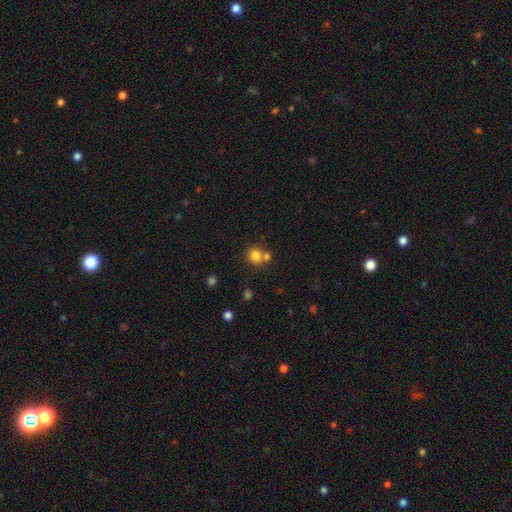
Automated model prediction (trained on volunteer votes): A smooth galaxy with no disk features (80%) that is round (84%). Merging: none (57%).